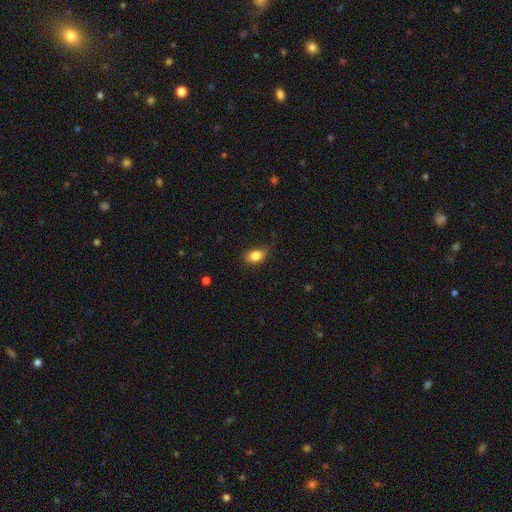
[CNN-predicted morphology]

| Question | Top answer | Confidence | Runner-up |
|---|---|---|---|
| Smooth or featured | smooth | 85% | star or artifact (9%) |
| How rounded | in between | 80% | round (18%) |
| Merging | none | 80% | minor disturbance (16%) |